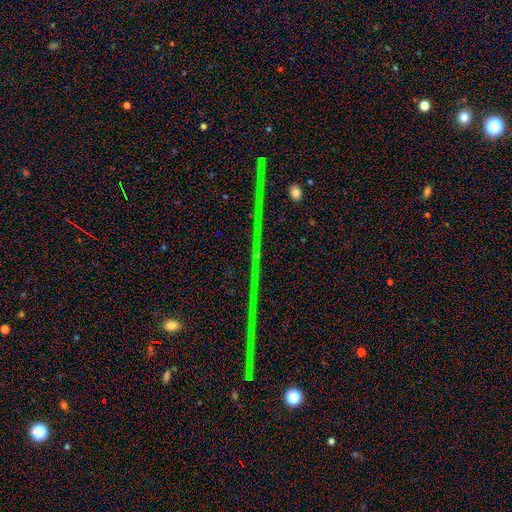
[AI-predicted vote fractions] star or artifact 84%, featured or disk 9%, smooth 7%.